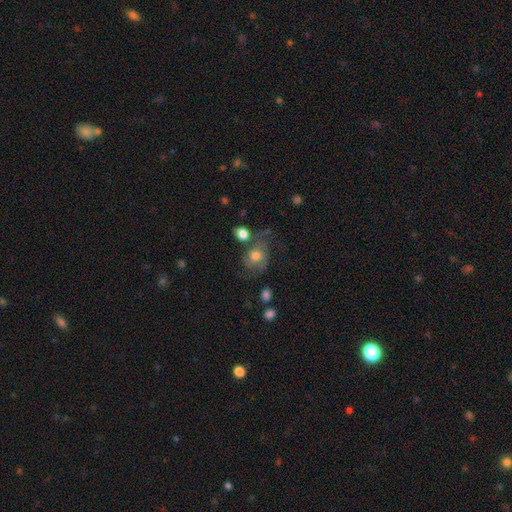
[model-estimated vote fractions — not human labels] featured or disk 49%, smooth 42%, star or artifact 10%. Down the decision tree: merging — none (46%).